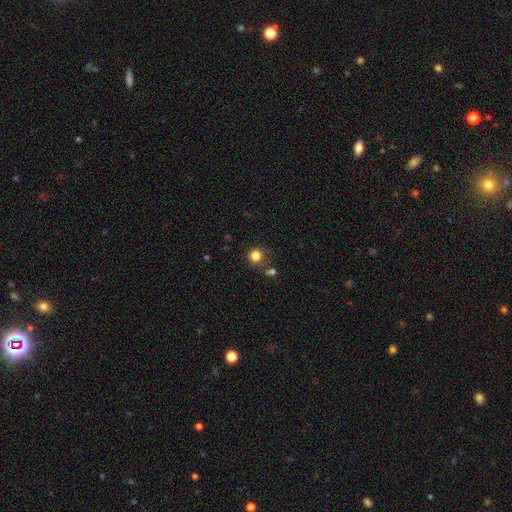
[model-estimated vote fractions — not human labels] smooth 82%, star or artifact 13%, featured or disk 6%. Down the decision tree: how rounded — round (89%); merging — none (72%).